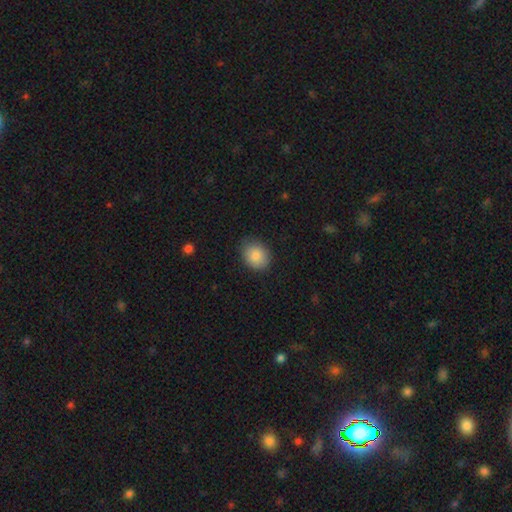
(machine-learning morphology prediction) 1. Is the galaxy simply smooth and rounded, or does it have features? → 85% smooth, 8% star or artifact, 6% featured or disk.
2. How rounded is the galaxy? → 56% round, 43% in between, 1% cigar-shaped.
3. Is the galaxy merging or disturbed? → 81% none, 15% minor disturbance, 3% major disturbance, 1% merger.